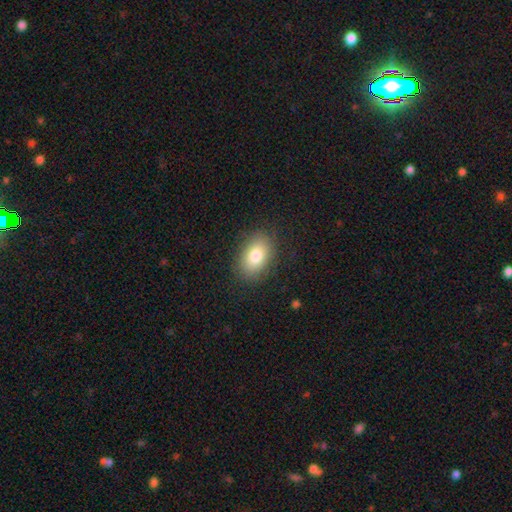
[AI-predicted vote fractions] This is clearly a smooth galaxy (81%). How rounded: clearly in between (86%). Merging: clearly none (85%).